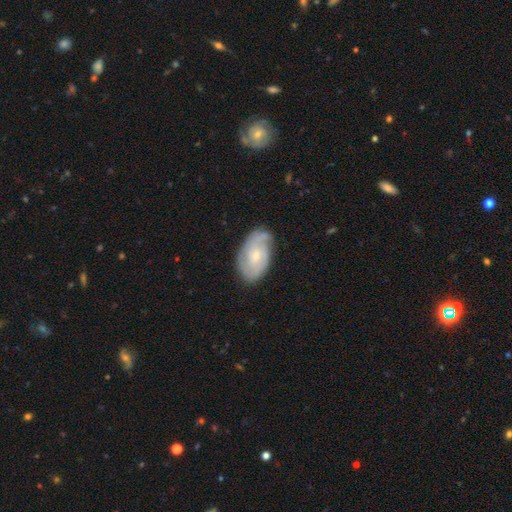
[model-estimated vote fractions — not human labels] Overall: featured or disk (70%). Edge-on disk: no (96%). Bar: no (70%). Spiral arms: yes (89%). Spiral arm count: can't tell (36%; 2 34%). Spiral winding: tight (55%; medium 34%). Bulge size: small (65%; moderate 31%). Merging: none (67%).